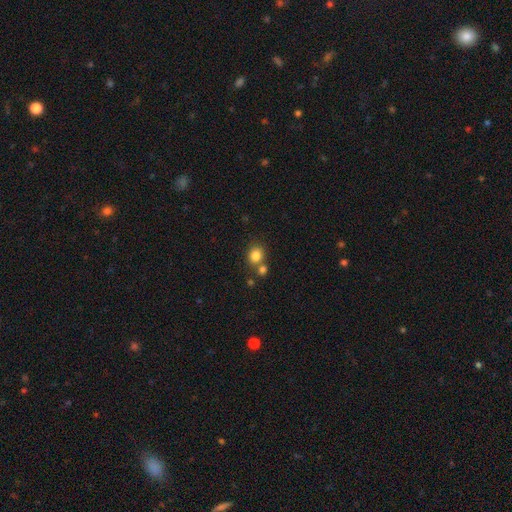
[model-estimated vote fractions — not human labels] Morphology: type=smooth (83%); roundness=round (71%); merging=none (62%).